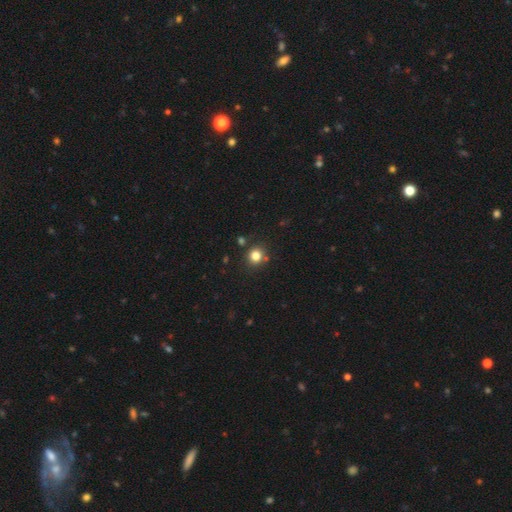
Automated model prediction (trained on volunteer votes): The model was most divided on "smooth or featured": smooth: 80%, star or artifact: 14%, featured or disk: 6%. More confident: how rounded — round (88%); merging — none (84%).